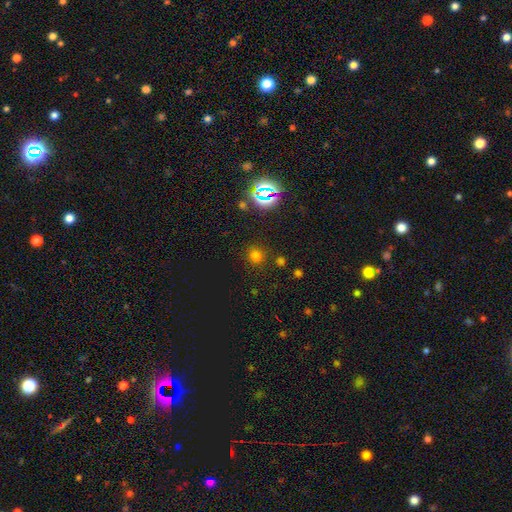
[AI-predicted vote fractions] The model was most divided on "smooth or featured": smooth: 64%, star or artifact: 30%, featured or disk: 6%. More confident: how rounded — round (86%); merging — none (84%).